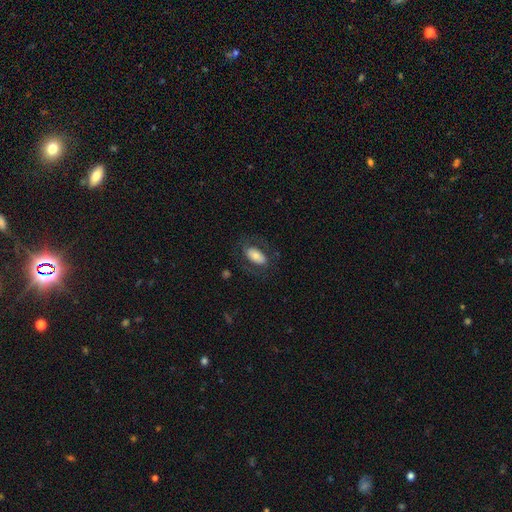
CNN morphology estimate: type=smooth (66%); roundness=in between (92%); merging=none (68%).